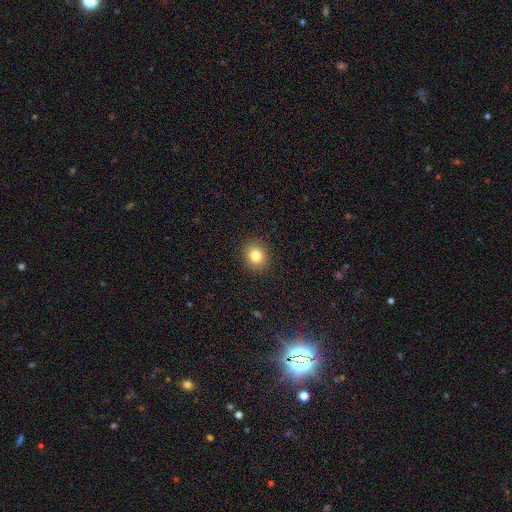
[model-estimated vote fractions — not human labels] The model was most divided on "how rounded": round: 77%, in between: 23%, cigar-shaped: 1%. More confident: merging — none (90%); smooth or featured — smooth (82%).